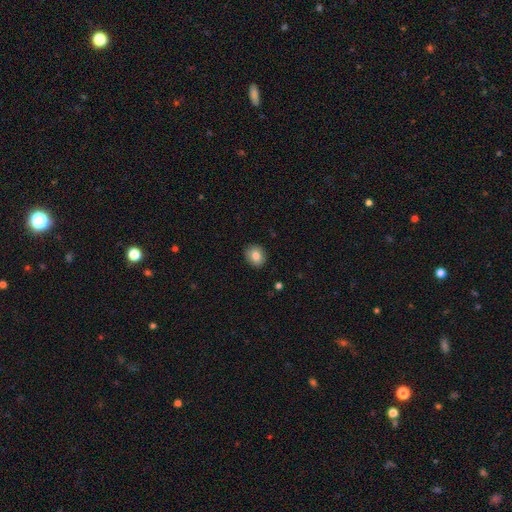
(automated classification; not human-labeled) Overall: smooth (83%). How rounded: round (64%; in between 35%). Merging: none (90%).